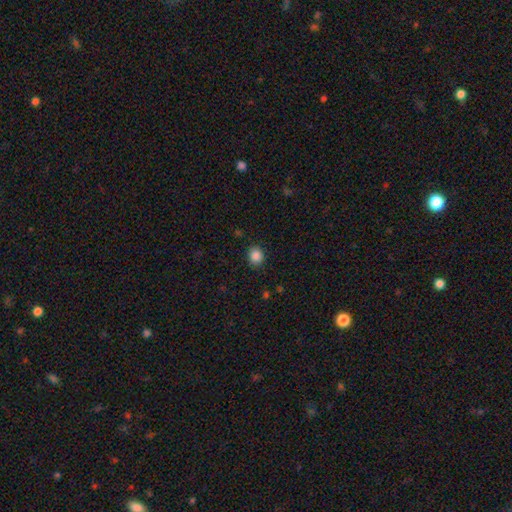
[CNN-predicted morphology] type=smooth (87%); roundness=round (70%); merging=none (88%).